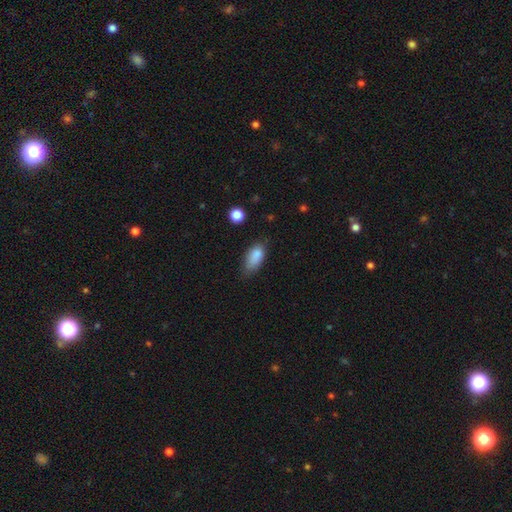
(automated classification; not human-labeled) Overall: smooth (84%). How rounded: in between (87%). Merging: none (55%; minor disturbance 35%).